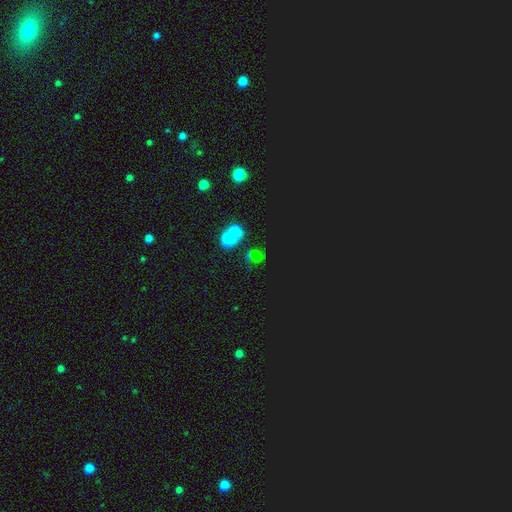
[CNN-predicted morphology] The model was most divided on "smooth or featured": star or artifact: 39%, smooth: 32%, featured or disk: 28%.